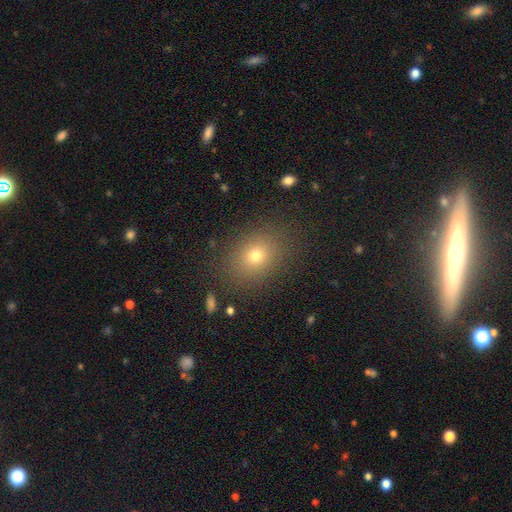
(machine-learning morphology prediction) smooth 73%, star or artifact 15%, featured or disk 12%. Down the decision tree: how rounded — in between (53%); merging — none (84%).